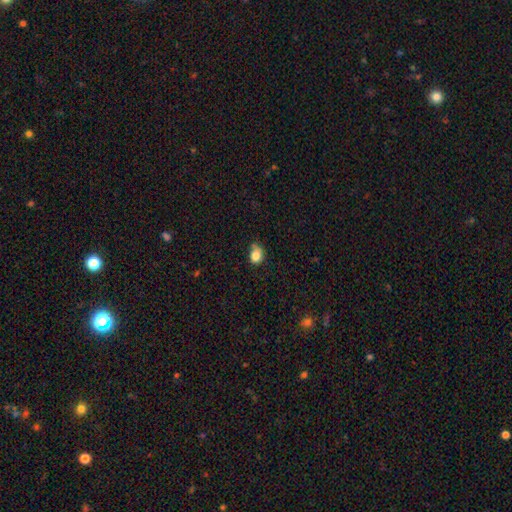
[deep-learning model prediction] A smooth galaxy with no disk features (83%) that is round (50%). Merging: none (51%).